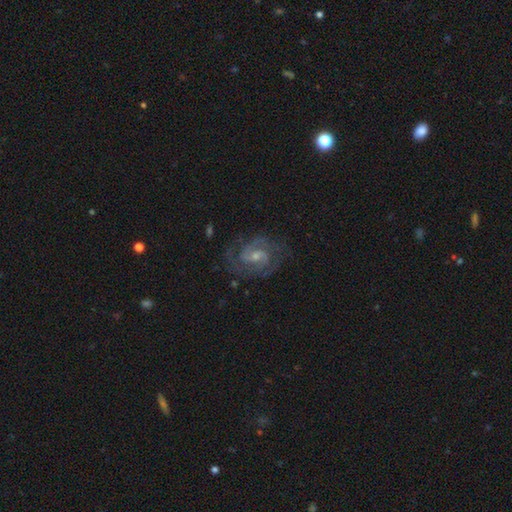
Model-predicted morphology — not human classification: Smooth or featured? featured or disk (89%)
Edge-on disk? no (98%)
Bar? weak (53%)
Spiral arms? yes (97%)
Spiral winding? medium (51%)
Spiral arm count? 2 (81%)
Bulge size? small (58%)
Merging? none (75%)